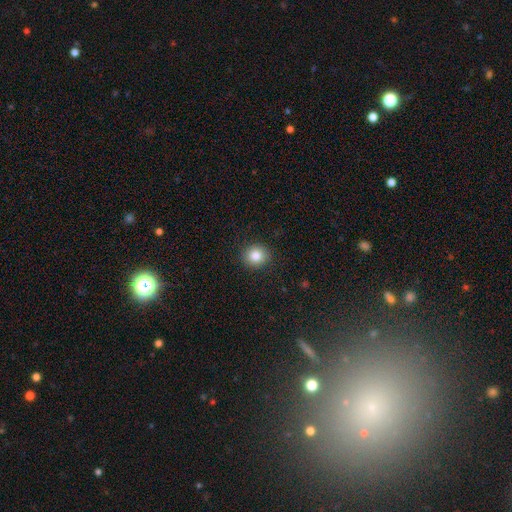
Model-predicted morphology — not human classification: A smooth galaxy with no disk features (85%) that is round (86%). Merging: none (90%).